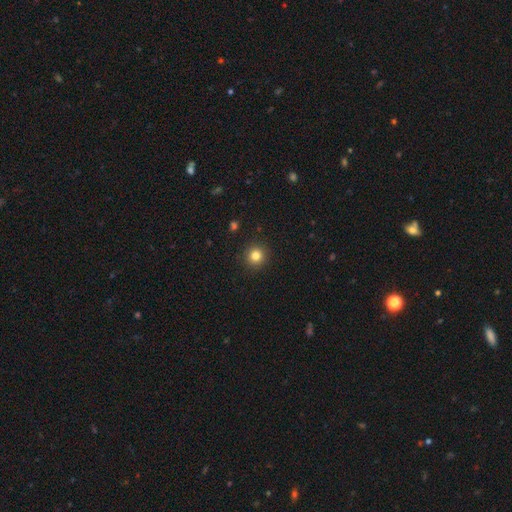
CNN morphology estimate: Smooth or featured? Predicted: smooth (p=0.82). How rounded? Predicted: round (p=0.94). Merging? Predicted: none (p=0.92).